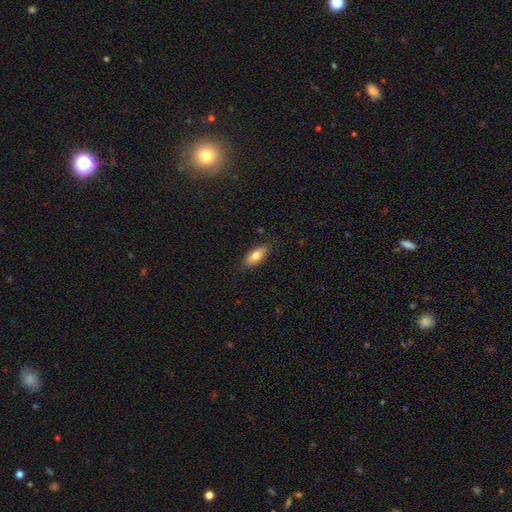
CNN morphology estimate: This appears to be a smooth galaxy with no disk features (76%) that is in between round and cigar-shaped (73%). Merging: none (85%).